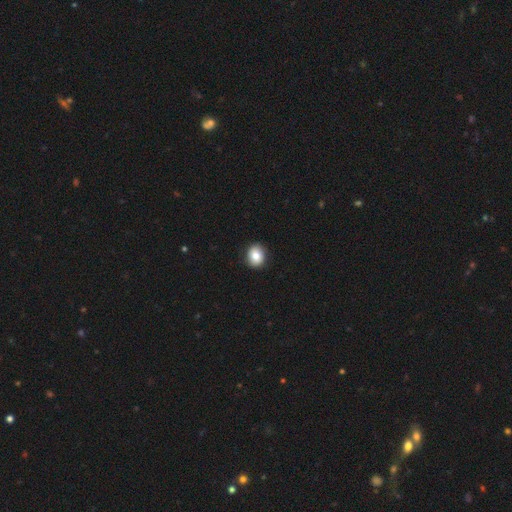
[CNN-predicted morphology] Q: Smooth or featured?
A: smooth (82%); runner-up: featured or disk (9%)
Q: How rounded?
A: round (67%); runner-up: in between (32%)
Q: Merging?
A: none (90%); runner-up: minor disturbance (8%)